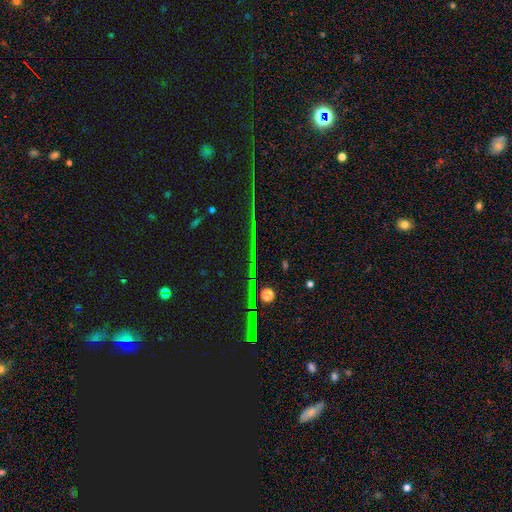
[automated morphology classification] Q: Smooth or featured?
A: star or artifact (80%); runner-up: featured or disk (12%)